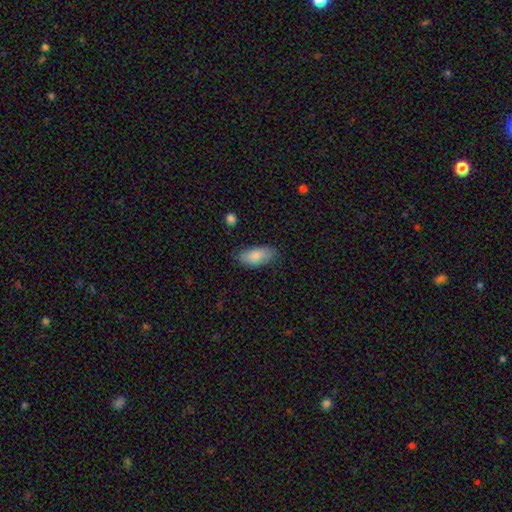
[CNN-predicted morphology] Overall: smooth (84%). How rounded: in between (90%). Merging: none (74%).